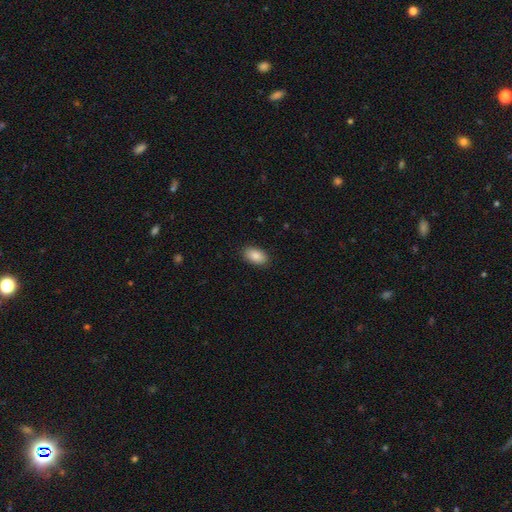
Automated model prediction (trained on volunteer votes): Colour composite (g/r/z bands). It shows a smooth galaxy with no disk features (88%) that is in between round and cigar-shaped (93%). Merging: none (89%).